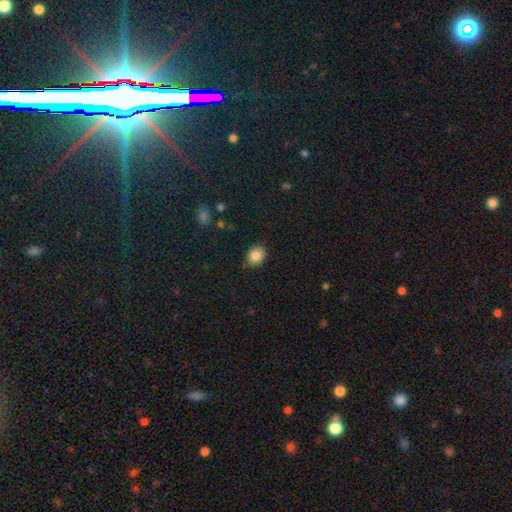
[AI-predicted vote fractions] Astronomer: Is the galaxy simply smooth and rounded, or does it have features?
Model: smooth — 85%.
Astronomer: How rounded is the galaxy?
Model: round — 50% (runner-up: in between, 49%).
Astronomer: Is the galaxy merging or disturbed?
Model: none — 86%.